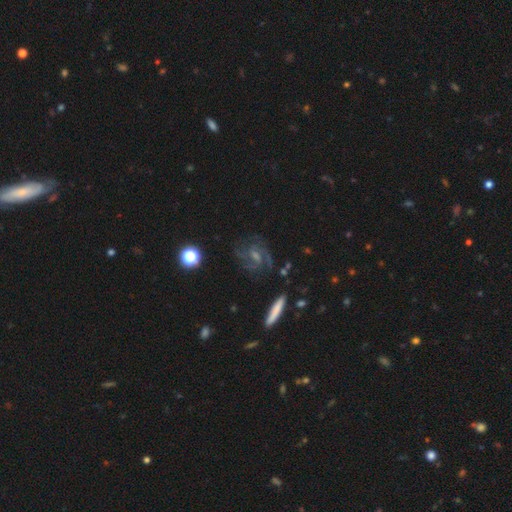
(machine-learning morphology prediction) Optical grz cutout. It shows a featured or disk galaxy (74%) with a weak bar (45%), 2 (39%) medium (46%) spiral arms (93%) and a moderate central bulge (42%, tied with small). Merging: none (74%).